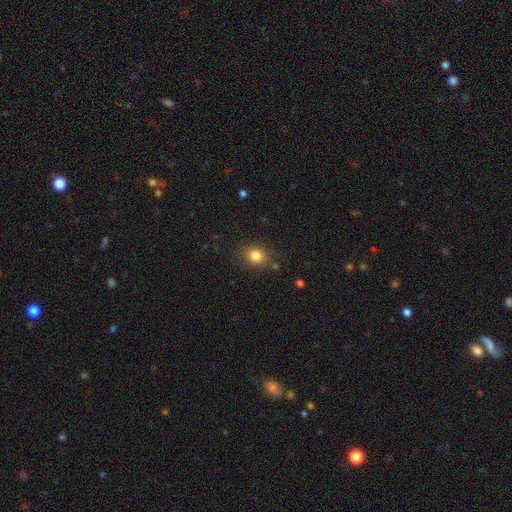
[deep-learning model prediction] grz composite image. It shows a smooth galaxy with no disk features (83%) that is round (67%). Merging: none (81%).